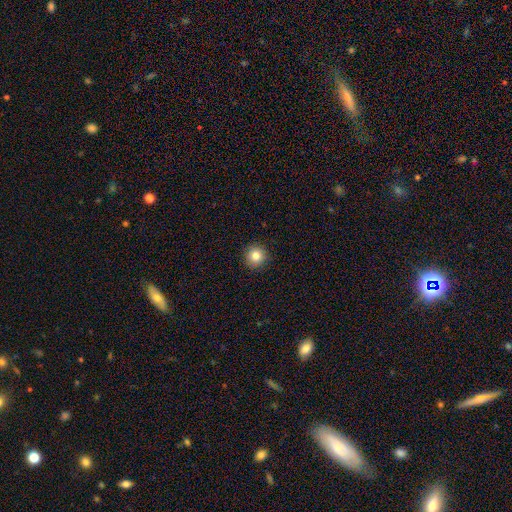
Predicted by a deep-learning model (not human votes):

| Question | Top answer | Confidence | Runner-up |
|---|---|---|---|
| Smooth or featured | smooth | 82% | star or artifact (11%) |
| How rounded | round | 95% | in between (4%) |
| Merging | none | 92% | minor disturbance (5%) |